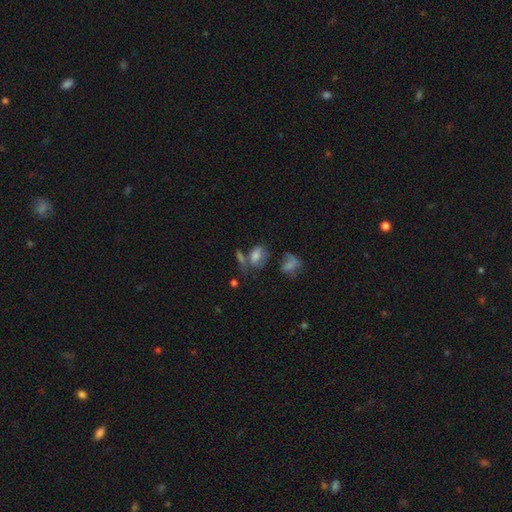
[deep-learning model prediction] smooth 66%, featured or disk 19%, star or artifact 15%. Down the decision tree: how rounded — in between (76%); merging — none (43%).